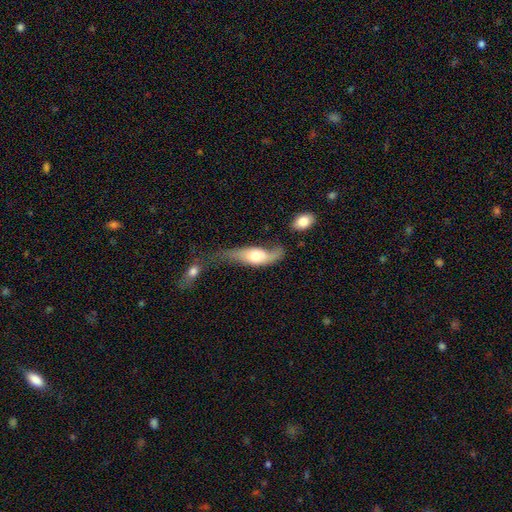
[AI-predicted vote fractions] smooth_or_featured: featured or disk (p=0.50) [alt: smooth p=0.44]
merging: major disturbance (p=0.31) [alt: none p=0.26]